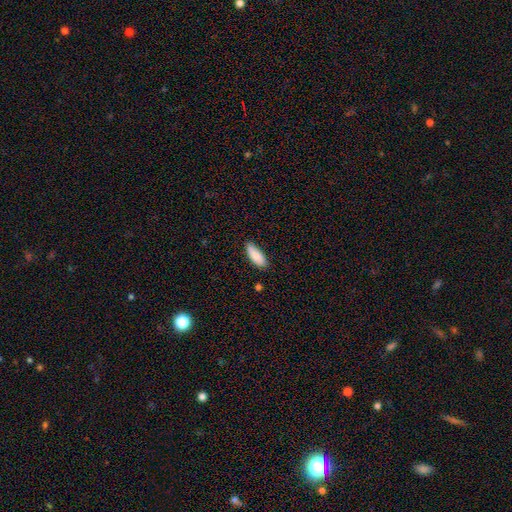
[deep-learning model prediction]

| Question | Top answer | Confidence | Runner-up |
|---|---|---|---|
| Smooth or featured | smooth | 88% | star or artifact (6%) |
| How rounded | in between | 75% | cigar-shaped (24%) |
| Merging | none | 78% | minor disturbance (18%) |